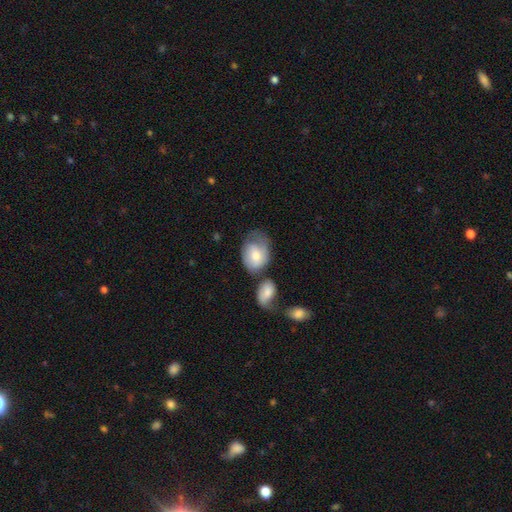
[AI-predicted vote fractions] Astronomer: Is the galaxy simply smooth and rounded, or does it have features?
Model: smooth — 65%.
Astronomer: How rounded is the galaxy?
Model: in between — 72%.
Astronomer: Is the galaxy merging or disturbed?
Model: none — 35% (runner-up: minor disturbance, 26%).